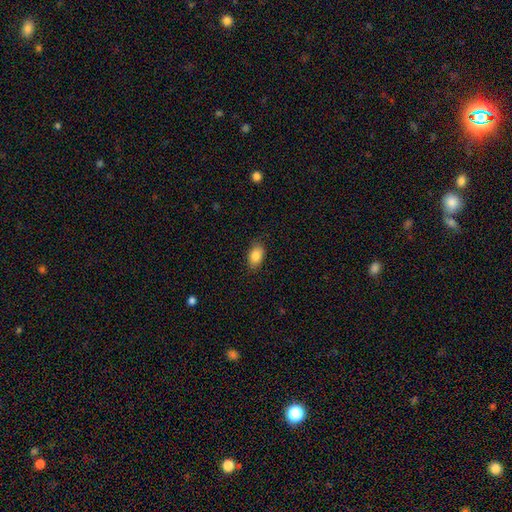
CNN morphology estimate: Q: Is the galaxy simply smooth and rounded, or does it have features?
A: smooth — 85%.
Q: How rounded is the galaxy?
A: in between — 88%.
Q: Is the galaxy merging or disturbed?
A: none — 86%.